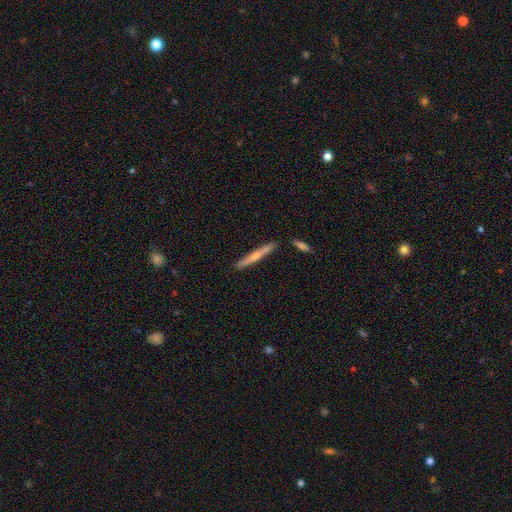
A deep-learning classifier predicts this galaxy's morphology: The model was most divided on "smooth or featured": featured or disk: 53%, smooth: 41%, star or artifact: 6%. More confident: edge-on disk — yes (97%); merging — none (87%); edge-on bulge — rounded (70%).